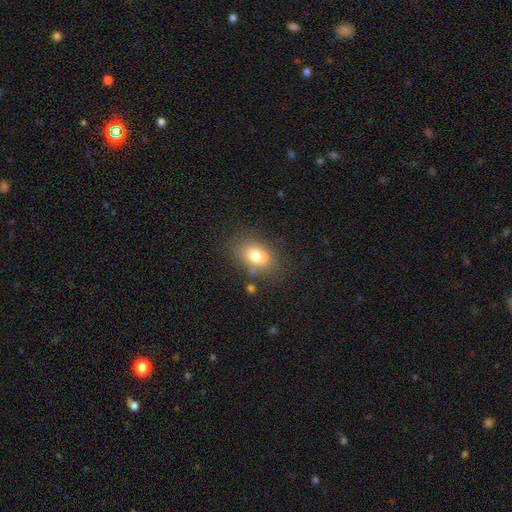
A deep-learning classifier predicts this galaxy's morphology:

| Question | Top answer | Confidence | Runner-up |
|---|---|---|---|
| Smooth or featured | smooth | 67% | featured or disk (21%) |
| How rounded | in between | 55% | round (44%) |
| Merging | none | 48% | merger (37%) |